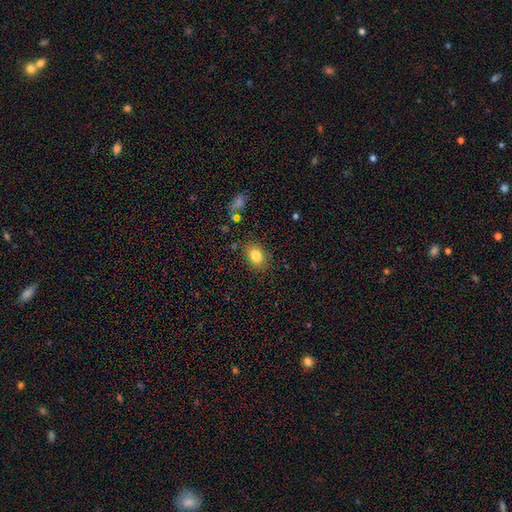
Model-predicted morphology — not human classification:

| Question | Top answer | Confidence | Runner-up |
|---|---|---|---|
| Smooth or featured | smooth | 82% | star or artifact (10%) |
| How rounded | in between | 70% | round (29%) |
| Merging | none | 82% | minor disturbance (12%) |